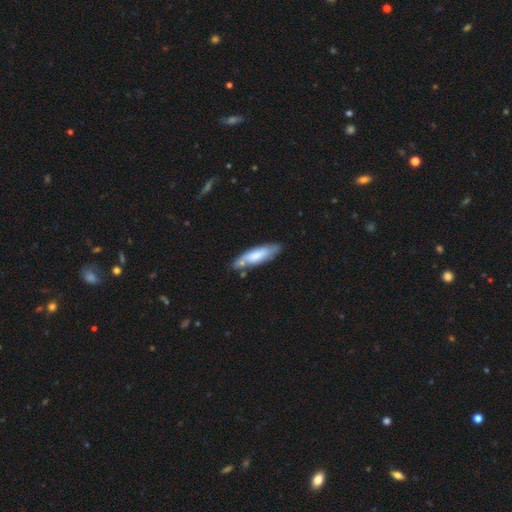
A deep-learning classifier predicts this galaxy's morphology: smooth-or-featured: smooth: 68% | featured or disk: 26% | star or artifact: 5%
  how-rounded: cigar-shaped: 59% | in between: 40% | round: 1%
  merging: none: 70% | minor disturbance: 18% | merger: 8% | major disturbance: 4%